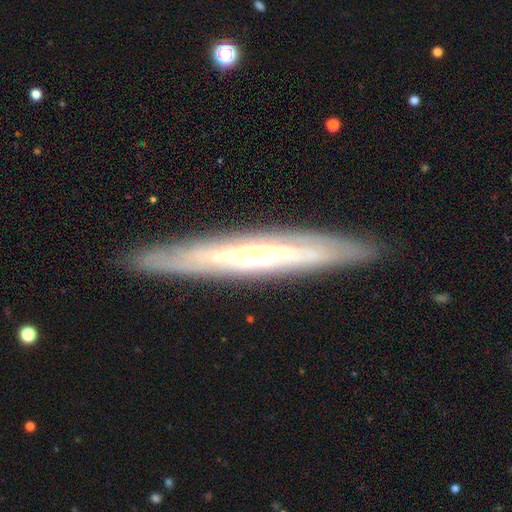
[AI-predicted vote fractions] Overall: featured or disk (77%). Edge-on disk: yes (81%). Edge-on bulge: rounded (50%; none 44%). Merging: none (88%).